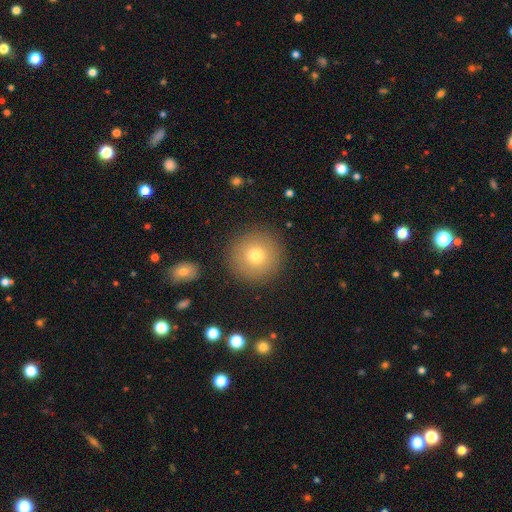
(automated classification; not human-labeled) A smooth galaxy with no disk features (76%) that is round (95%). Merging: none (89%).